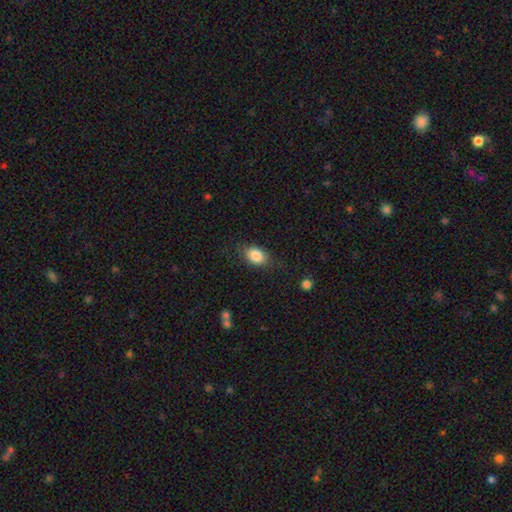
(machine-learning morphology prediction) This appears to be a smooth galaxy with no disk features (85%) that is in between round and cigar-shaped (80%). Merging: none (74%).